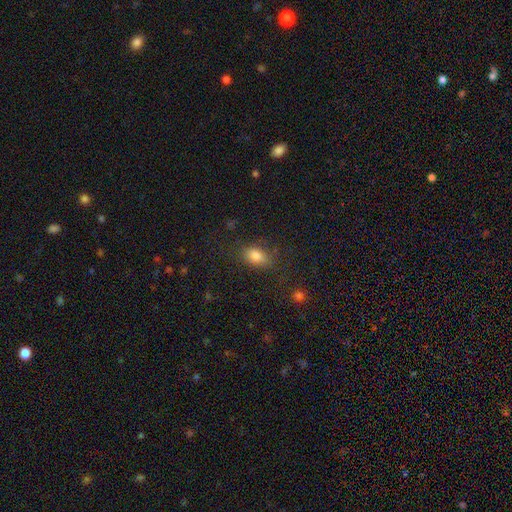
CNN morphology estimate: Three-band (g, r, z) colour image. It shows a smooth galaxy with no disk features (82%) that is in between round and cigar-shaped (84%). Merging: none (78%).